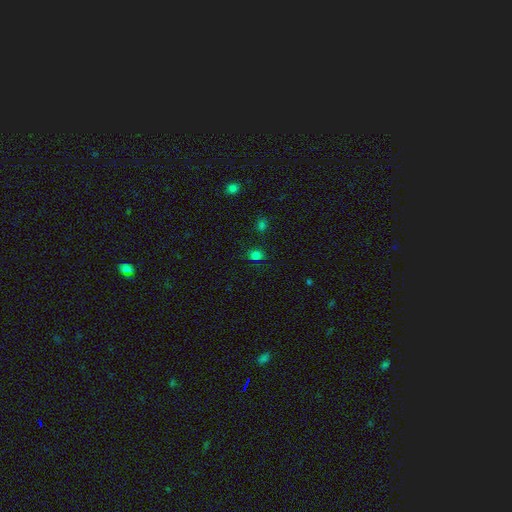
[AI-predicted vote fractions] Overall: smooth (71%). How rounded: round (50%; in between 49%). Merging: none (77%).